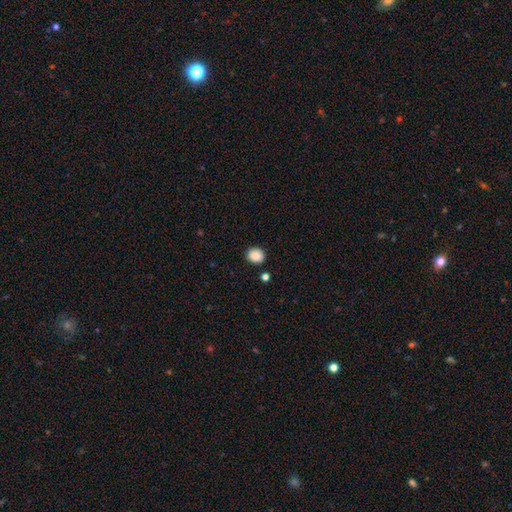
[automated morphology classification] smooth-or-featured: smooth: 88% | star or artifact: 9% | featured or disk: 3%
  how-rounded: round: 73% | in between: 27% | cigar-shaped: 1%
  merging: none: 86% | minor disturbance: 9% | merger: 3% | major disturbance: 2%